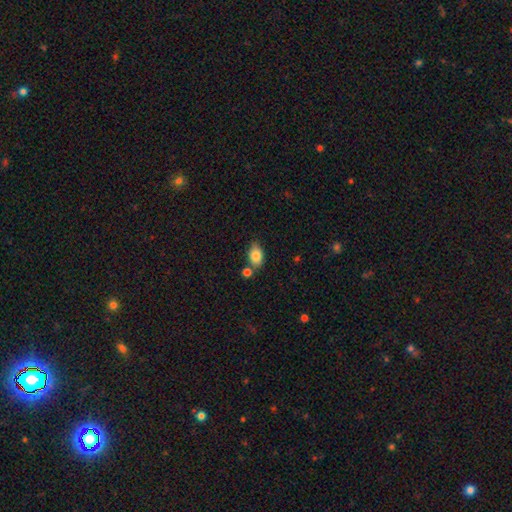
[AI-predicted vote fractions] Smooth or featured?
  - smooth: 83% *
  - featured or disk: 9%
  - star or artifact: 8%
How rounded?
  - in between: 85% *
  - round: 13%
  - cigar-shaped: 2%
Merging?
  - none: 65% *
  - minor disturbance: 17%
  - merger: 14%
  - major disturbance: 4%